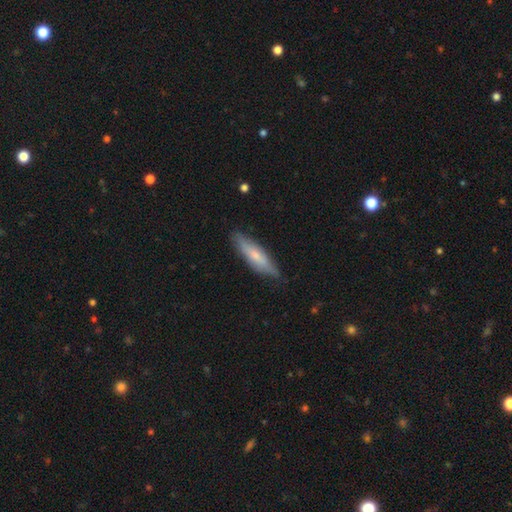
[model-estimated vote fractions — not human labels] This appears to be a smooth galaxy with no disk features (58%) that is cigar-shaped (71%). Merging: none (79%).